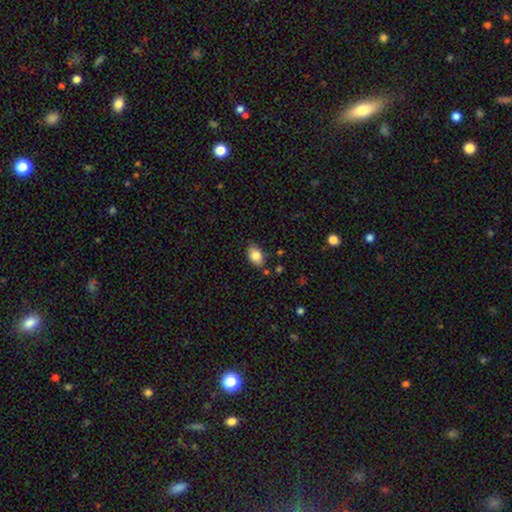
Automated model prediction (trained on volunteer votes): smooth_or_featured: smooth (p=0.84) [alt: featured or disk p=0.08]
how_rounded: in between (p=0.86) [alt: round p=0.12]
merging: none (p=0.80) [alt: minor disturbance p=0.15]